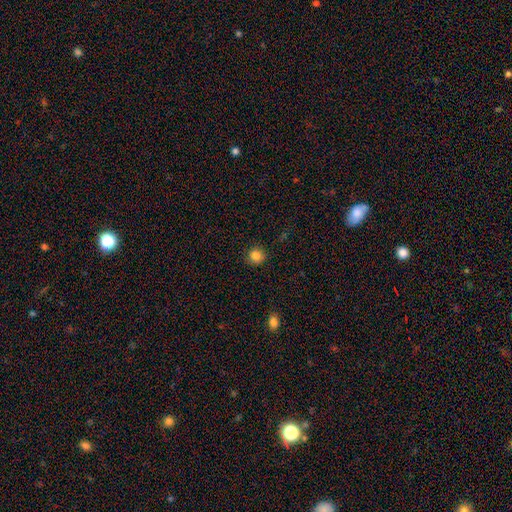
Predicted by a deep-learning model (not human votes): smooth_or_featured: smooth (p=0.84) [alt: star or artifact p=0.11]
how_rounded: round (p=0.91) [alt: in between p=0.08]
merging: none (p=0.90) [alt: minor disturbance p=0.07]